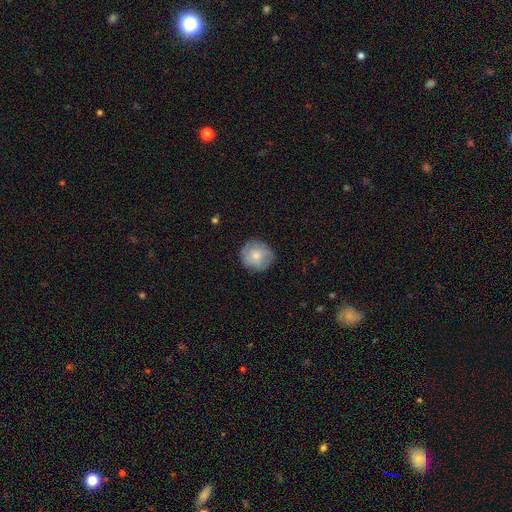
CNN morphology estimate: Q: Smooth or featured?
A: smooth (66%); runner-up: featured or disk (27%)
Q: How rounded?
A: round (91%); runner-up: in between (8%)
Q: Merging?
A: none (82%); runner-up: minor disturbance (14%)